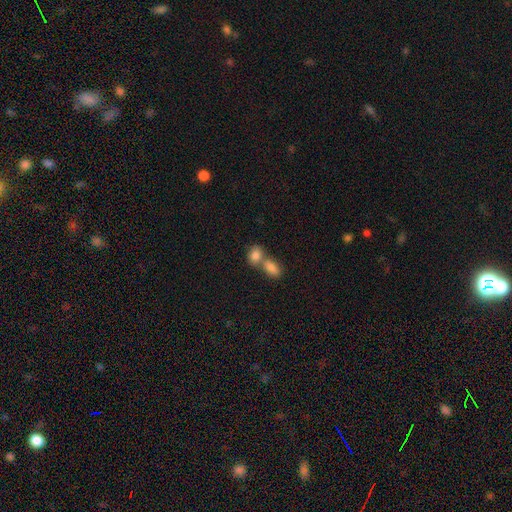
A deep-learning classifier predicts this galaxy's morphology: Q: Smooth or featured?
A: smooth (83%); runner-up: featured or disk (8%)
Q: How rounded?
A: in between (75%); runner-up: round (23%)
Q: Merging?
A: merger (61%); runner-up: none (29%)